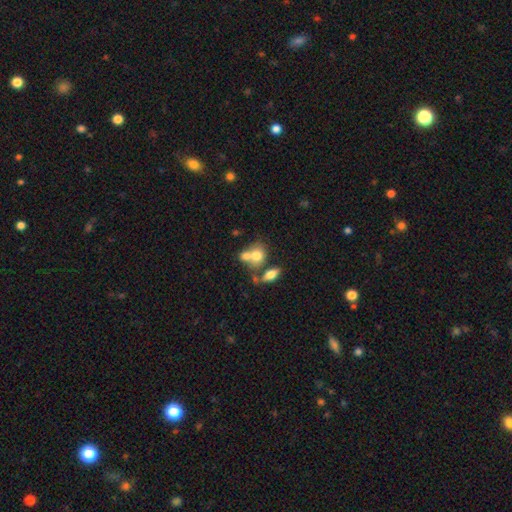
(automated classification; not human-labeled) Smooth or featured: smooth — 72% (featured or disk — 19%)
How rounded: round — 54% (in between — 44%)
Merging: merger — 54% (none — 31%)